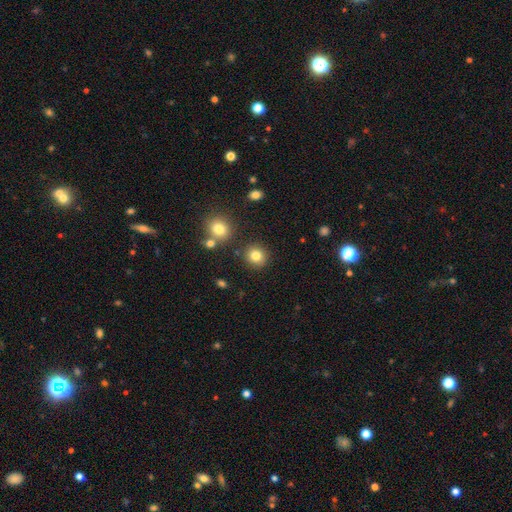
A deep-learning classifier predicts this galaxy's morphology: The model was most divided on "smooth or featured": smooth: 82%, star or artifact: 11%, featured or disk: 6%. More confident: how rounded — round (88%); merging — none (86%).